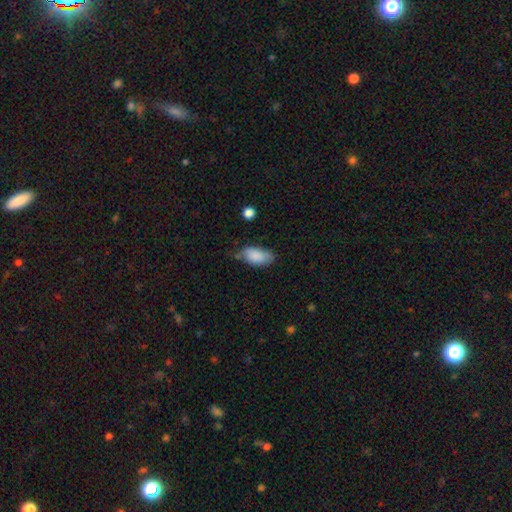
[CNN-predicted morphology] Smooth or featured: smooth — 86% (featured or disk — 8%)
How rounded: in between — 93% (cigar-shaped — 4%)
Merging: none — 58% (minor disturbance — 32%)